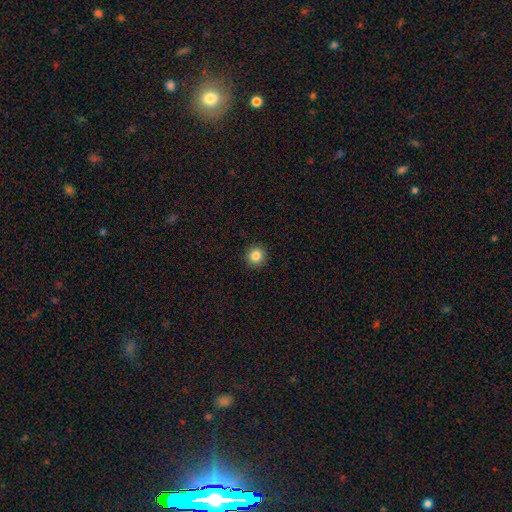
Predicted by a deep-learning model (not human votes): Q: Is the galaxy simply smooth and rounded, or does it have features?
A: smooth — 85%.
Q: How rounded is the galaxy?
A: round — 94%.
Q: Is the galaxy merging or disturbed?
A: none — 92%.